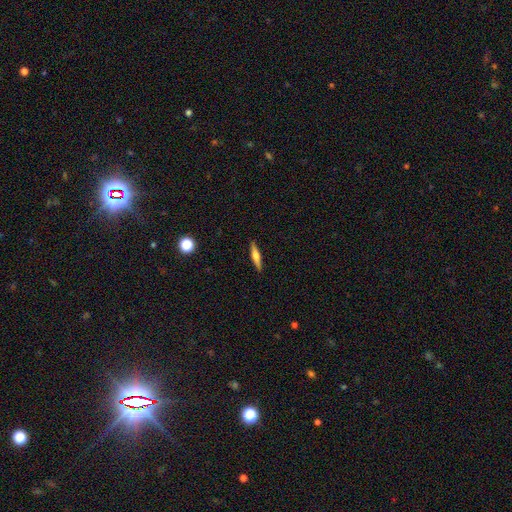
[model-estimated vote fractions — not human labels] smooth_or_featured: smooth (p=0.48) [alt: featured or disk p=0.46]
merging: none (p=0.90) [alt: minor disturbance p=0.07]